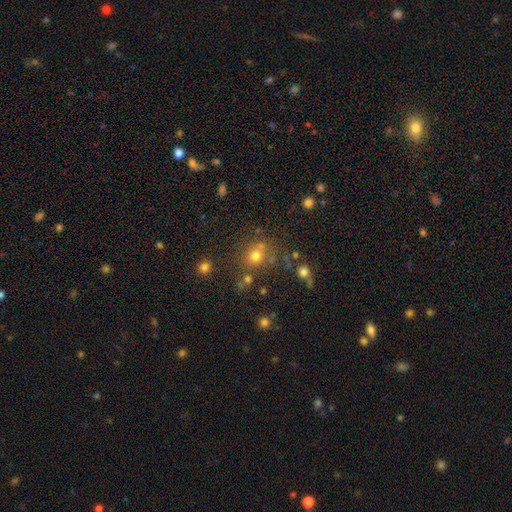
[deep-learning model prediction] smooth-or-featured: smooth: 69% | star or artifact: 21% | featured or disk: 10%
  how-rounded: round: 83% | in between: 16% | cigar-shaped: 1%
  merging: none: 65% | merger: 17% | minor disturbance: 12% | major disturbance: 6%